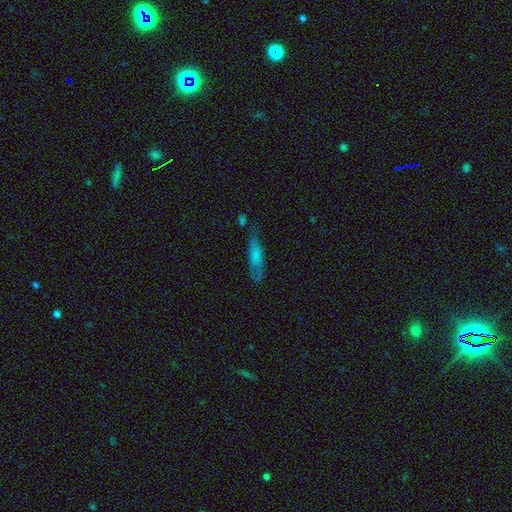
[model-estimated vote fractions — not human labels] Q: Smooth or featured?
A: smooth (68%); runner-up: featured or disk (22%)
Q: How rounded?
A: cigar-shaped (68%); runner-up: in between (30%)
Q: Merging?
A: none (65%); runner-up: minor disturbance (23%)